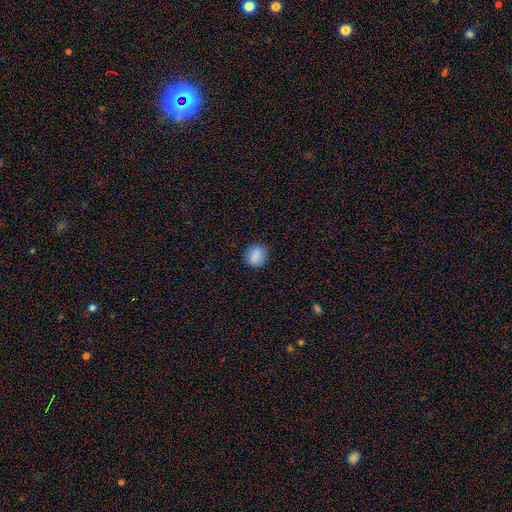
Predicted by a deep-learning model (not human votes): Morphology: type=smooth (87%); roundness=round (75%); merging=none (87%).